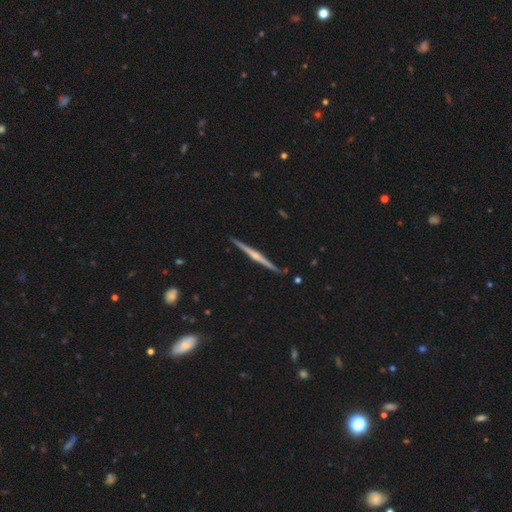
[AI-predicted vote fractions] Smooth or featured? Predicted: featured or disk (p=0.77). Edge-on disk? Predicted: yes (p=0.98). Edge-on bulge? Predicted: rounded (p=0.64). Merging? Predicted: none (p=0.90).